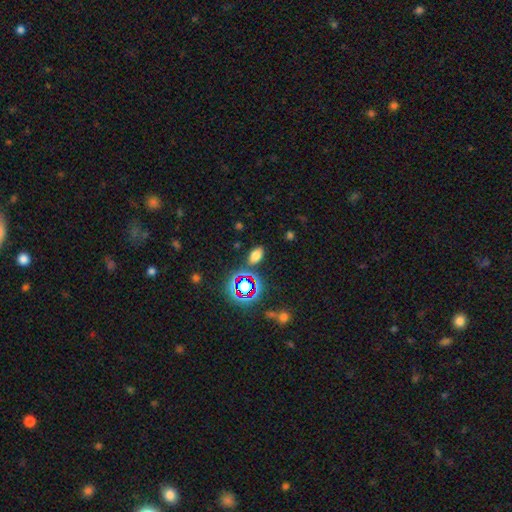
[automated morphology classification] type=smooth (67%); roundness=in between (88%); merging=none (82%).